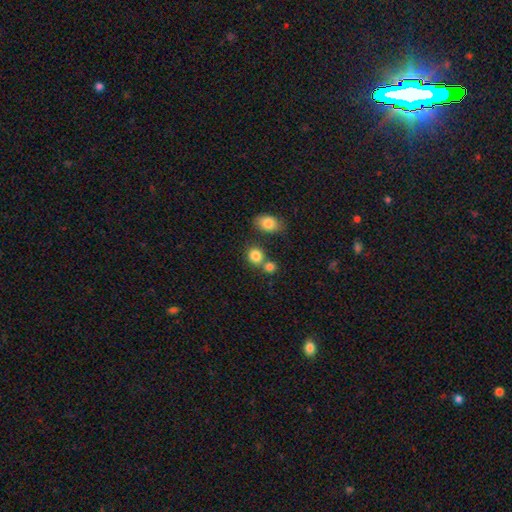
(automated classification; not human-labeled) smooth 83%, star or artifact 11%, featured or disk 6%. Down the decision tree: how rounded — round (76%); merging — none (59%).